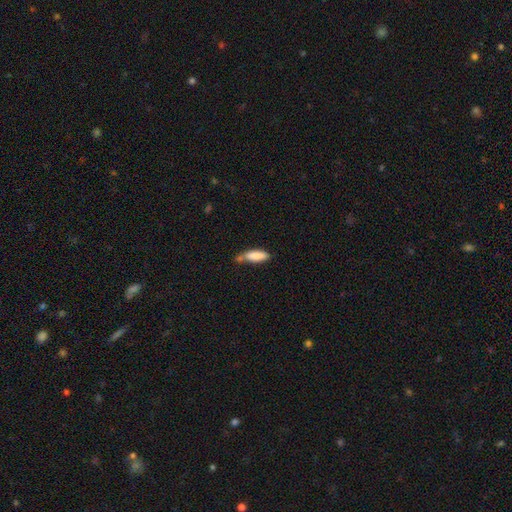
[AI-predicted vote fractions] This appears to be a smooth galaxy with no disk features (83%) that is in between round and cigar-shaped (52%). Merging: none (52%).